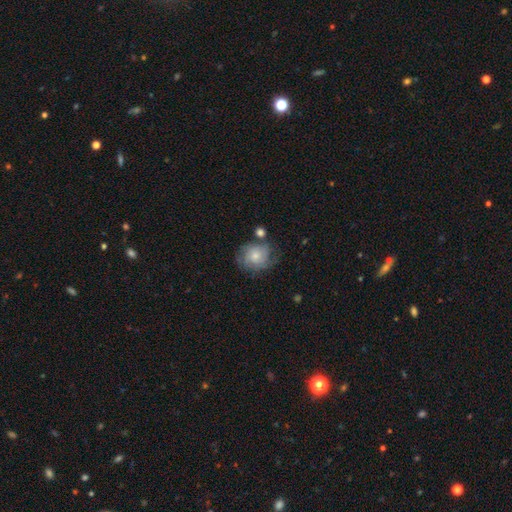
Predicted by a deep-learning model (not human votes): Smooth or featured? Predicted: featured or disk (p=0.46, tied with smooth). Merging? Predicted: none (p=0.58).